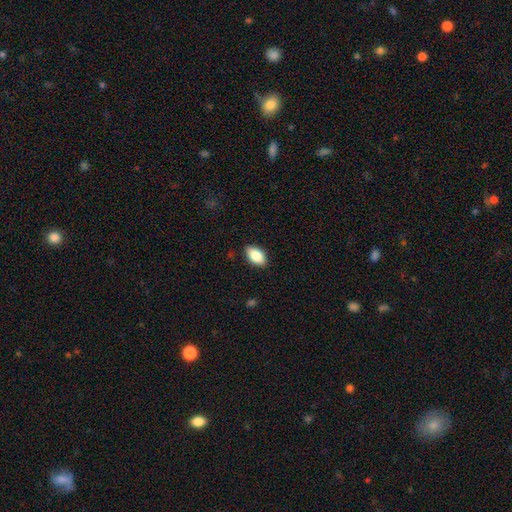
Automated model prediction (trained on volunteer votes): This appears to be a smooth galaxy with no disk features (85%) that is in between round and cigar-shaped (92%). Merging: none (87%).